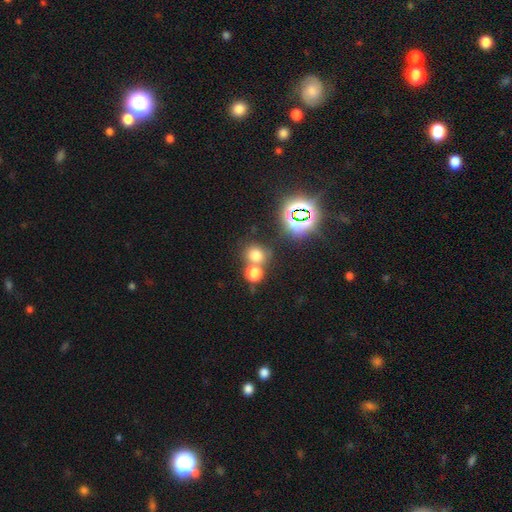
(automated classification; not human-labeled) Smooth or featured?
  - smooth: 68% *
  - star or artifact: 24%
  - featured or disk: 8%
How rounded?
  - round: 79% *
  - in between: 20%
  - cigar-shaped: 1%
Merging?
  - none: 56% *
  - merger: 32%
  - minor disturbance: 8%
  - major disturbance: 4%